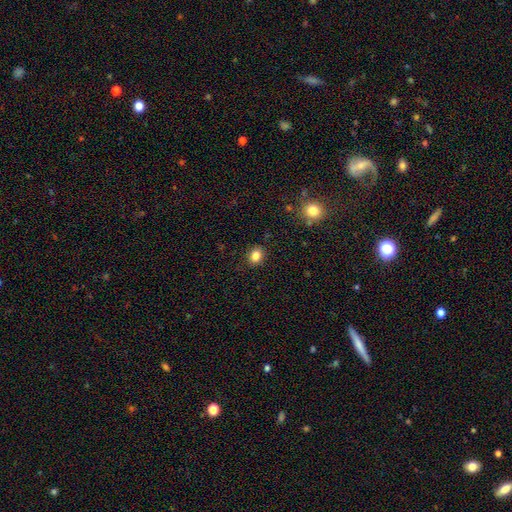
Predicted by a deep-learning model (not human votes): This is clearly a smooth galaxy (83%). How rounded: possibly round (50%). Merging: clearly none (88%).